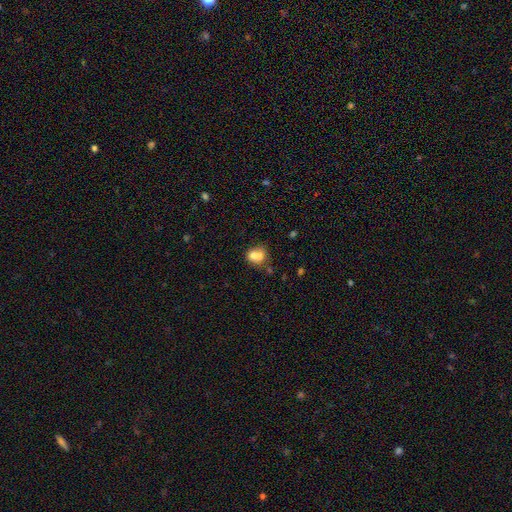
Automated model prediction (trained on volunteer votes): Q: Smooth or featured?
A: smooth (69%); runner-up: featured or disk (21%)
Q: How rounded?
A: round (63%); runner-up: in between (36%)
Q: Merging?
A: merger (62%); runner-up: none (25%)